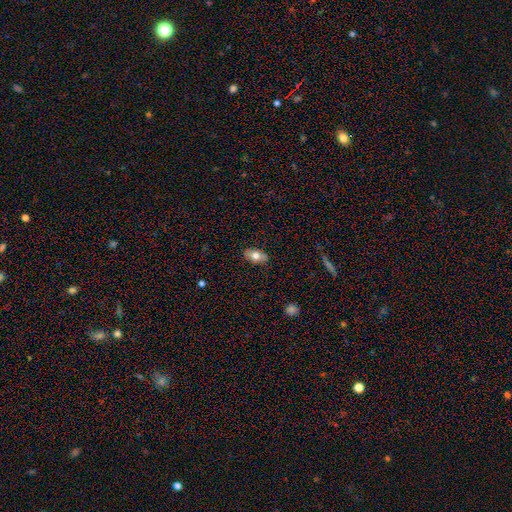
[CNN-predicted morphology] Smooth or featured? Predicted: smooth (p=0.68). How rounded? Predicted: in between (p=0.88). Merging? Predicted: none (p=0.86).